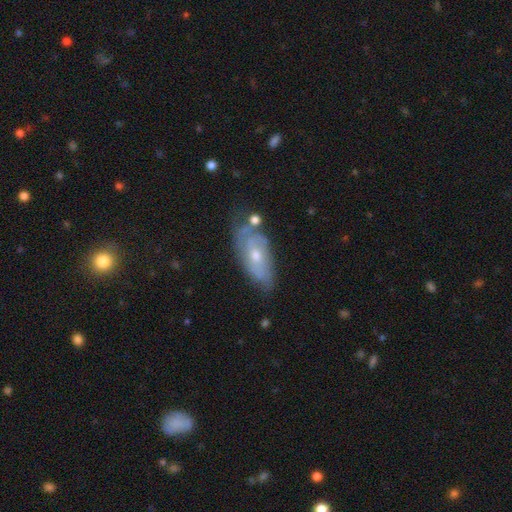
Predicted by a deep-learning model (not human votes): A featured or disk galaxy (62%) with no bar (72%), spiral arms (71%) and a moderate central bulge (57%). Merging: none (53%).